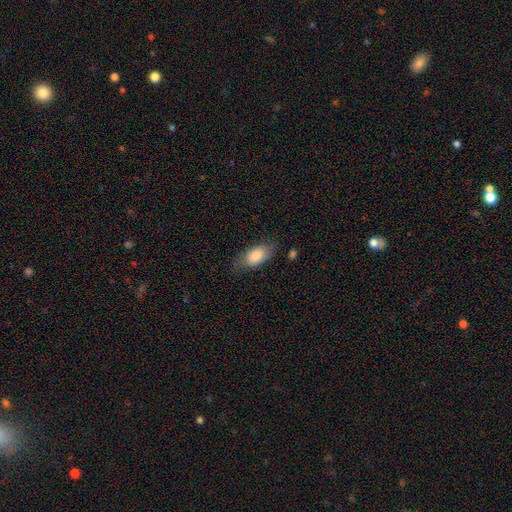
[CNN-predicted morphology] Smooth or featured: smooth — 78% (featured or disk — 15%)
How rounded: in between — 90% (cigar-shaped — 6%)
Merging: none — 71% (minor disturbance — 21%)